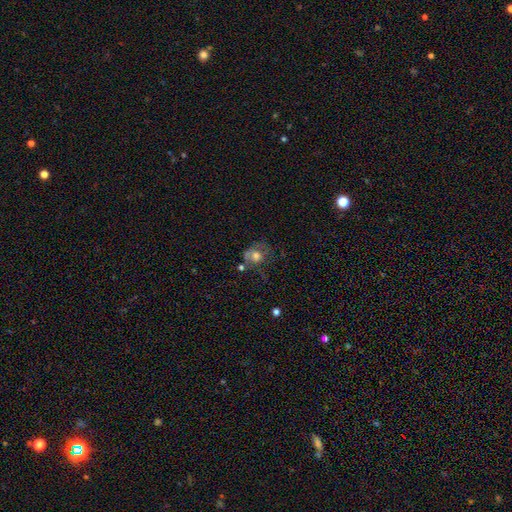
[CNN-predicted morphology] smooth 56%, featured or disk 33%, star or artifact 11%. Down the decision tree: how rounded — round (59%); merging — none (33%).